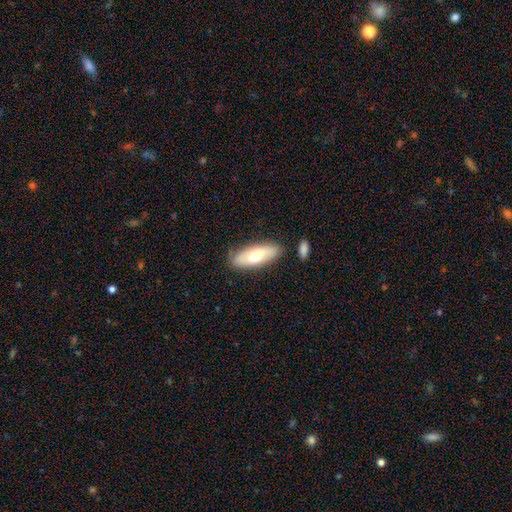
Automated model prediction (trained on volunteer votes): This is likely a smooth galaxy (66%). How rounded: likely in between (68%). Merging: likely none (78%).